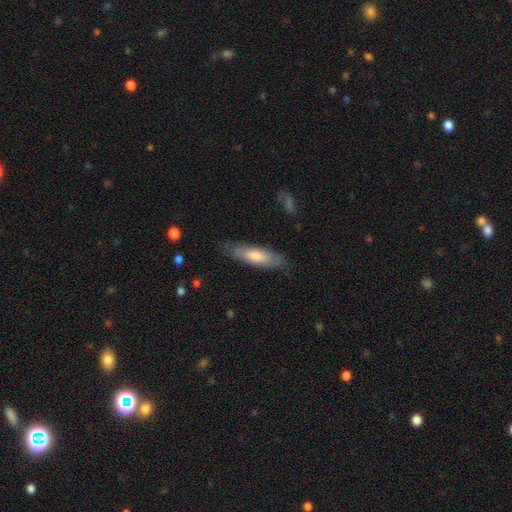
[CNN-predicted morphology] This is likely a smooth galaxy (66%). How rounded: likely cigar-shaped (61%). Merging: clearly none (81%).